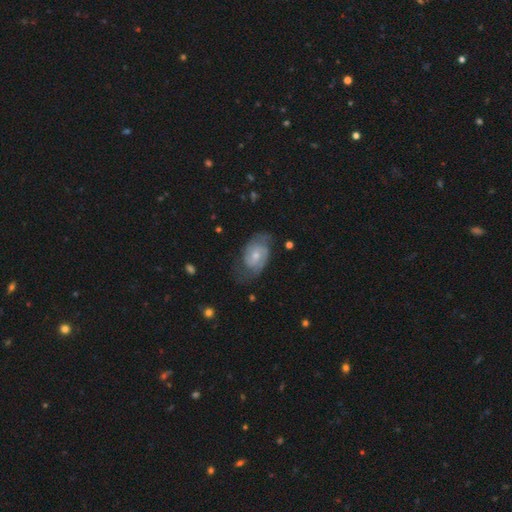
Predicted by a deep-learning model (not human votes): smooth-or-featured: featured or disk: 72% | smooth: 22% | star or artifact: 6%
  disk-edge-on: no: 96% | yes: 4%
    bar: no: 62% | weak: 34% | strong: 5%
    has-spiral-arms: yes: 89% | no: 11%
      spiral-winding: tight: 42% (tied) | medium: 42% (tied) | loose: 16%
      spiral-arm-count: 2: 68% | can't tell: 20% | 3: 5% | 1: 4% | 4: 2% | more than 4: 2%
    bulge-size: small: 50% | moderate: 45% | none: 2% | large: 2% | dominant: 1%
  merging: none: 60% | minor disturbance: 25% | major disturbance: 13% | merger: 2%